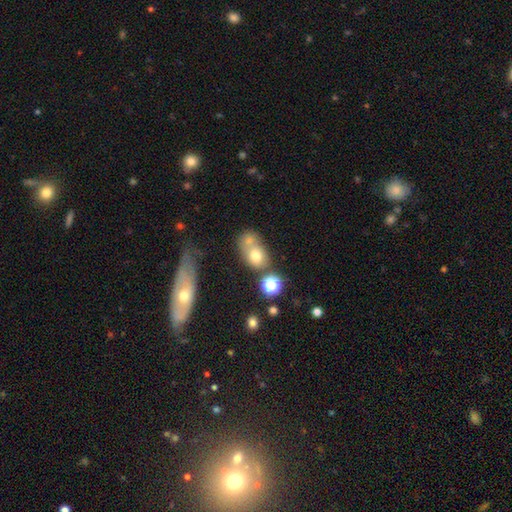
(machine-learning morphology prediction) Smooth or featured? smooth (68%)
How rounded? in between (59%)
Merging? merger (48%)